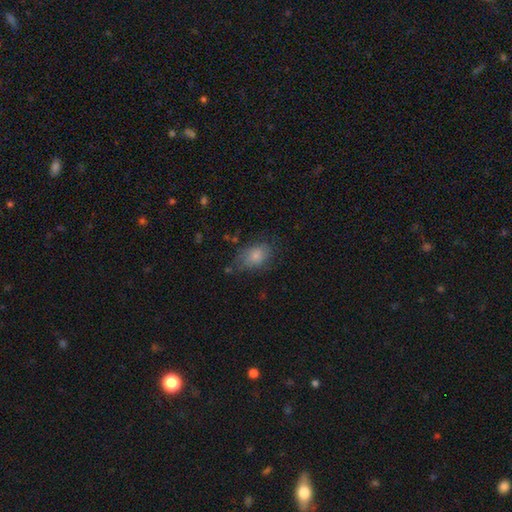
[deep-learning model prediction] Smooth or featured?
  - smooth: 73% *
  - featured or disk: 18%
  - star or artifact: 8%
How rounded?
  - in between: 83% *
  - round: 15%
  - cigar-shaped: 2%
Merging?
  - none: 58% *
  - minor disturbance: 28%
  - major disturbance: 12%
  - merger: 2%